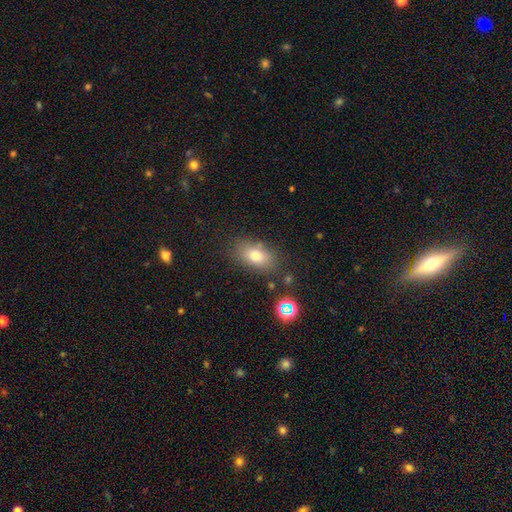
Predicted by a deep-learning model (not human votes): Q: Smooth or featured?
A: smooth (76%); runner-up: featured or disk (12%)
Q: How rounded?
A: in between (84%); runner-up: round (13%)
Q: Merging?
A: none (80%); runner-up: minor disturbance (13%)